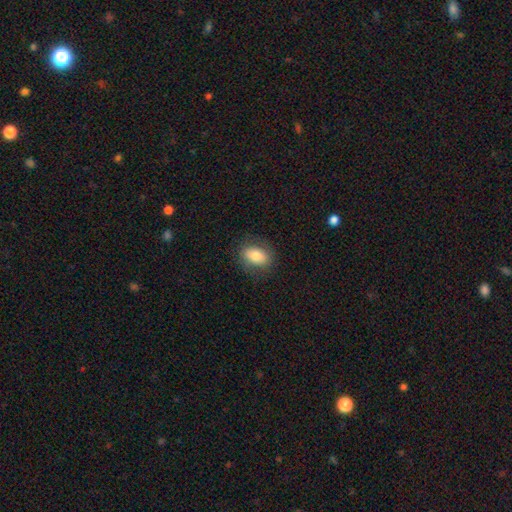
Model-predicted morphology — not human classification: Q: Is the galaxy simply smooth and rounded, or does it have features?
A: smooth — 78%.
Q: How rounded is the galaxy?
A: in between — 81%.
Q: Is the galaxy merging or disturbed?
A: none — 81%.